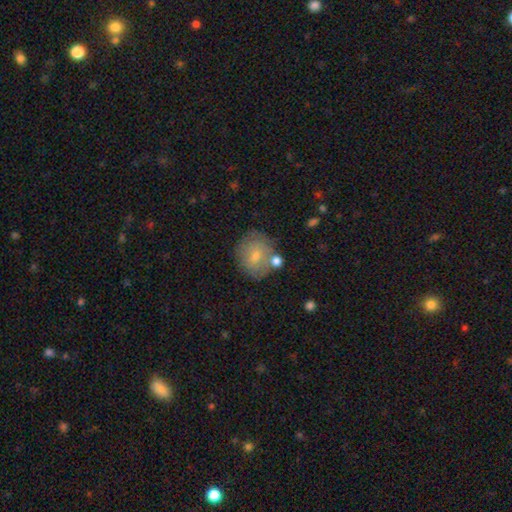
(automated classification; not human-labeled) Overall: smooth (67%). How rounded: round (72%). Merging: none (69%).